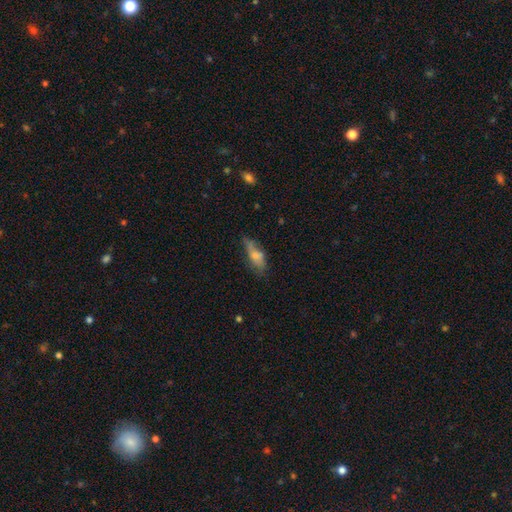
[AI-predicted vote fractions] This is likely a smooth galaxy (65%). How rounded: likely in between (66%). Merging: marginally none (42%).